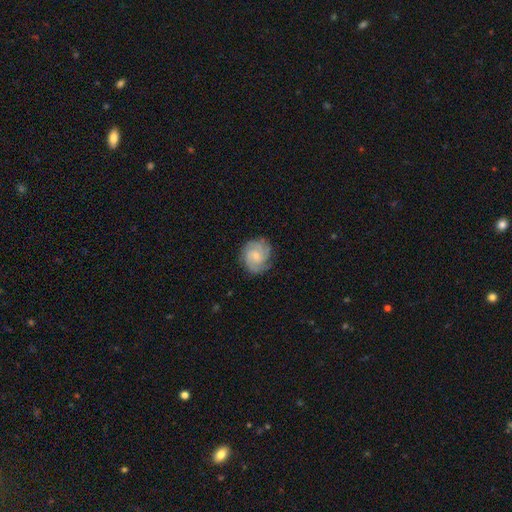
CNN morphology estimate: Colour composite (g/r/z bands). It shows a featured or disk galaxy (76%) with no bar (70%), 3 (34%) tight (59%) spiral arms (96%) and a small central bulge (68%). Merging: none (79%).